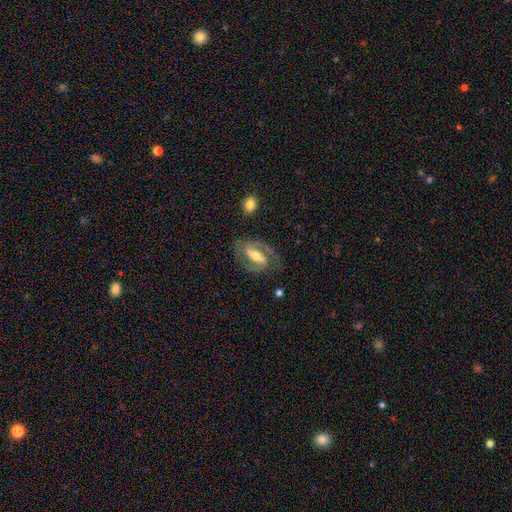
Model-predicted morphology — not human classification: This is clearly a featured or disk galaxy (81%). It is clearly not viewed edge-on (94%). Bar: possibly strong (60%). Spiral arm pattern: clearly yes (89%). Spiral arm count: clearly 2 (88%). Spiral winding: possibly medium (52%). Central bulge: likely moderate (61%). Merging: likely none (77%).